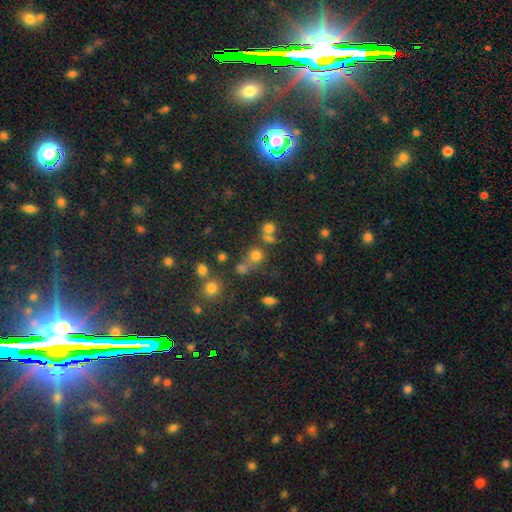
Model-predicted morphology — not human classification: Overall: smooth (58%; star or artifact 30%). How rounded: round (83%). Merging: none (54%; merger 31%).